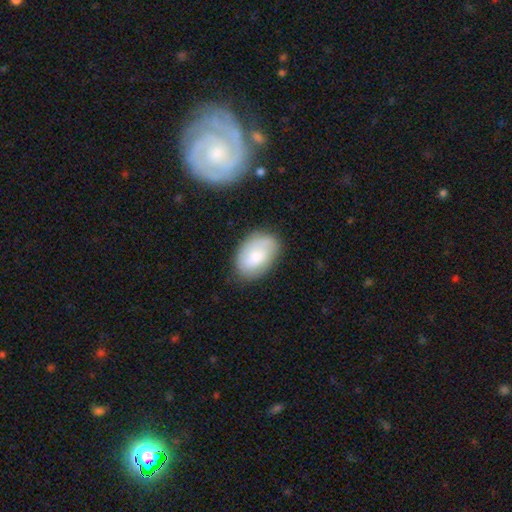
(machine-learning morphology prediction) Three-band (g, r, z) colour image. It shows a smooth galaxy with no disk features (66%) that is in between round and cigar-shaped (88%). Merging: none (73%).